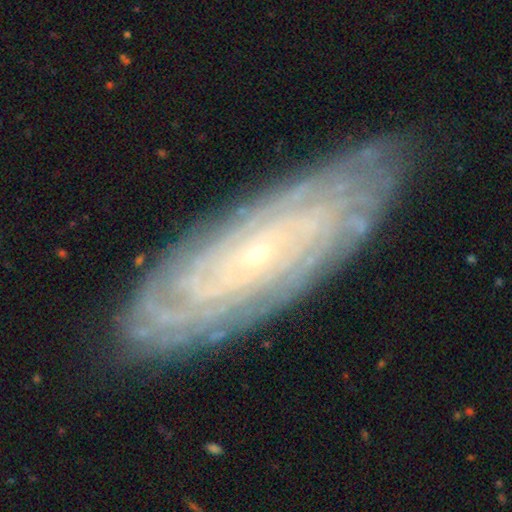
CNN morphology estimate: Smooth or featured?
  - featured or disk: 84% *
  - smooth: 9%
  - star or artifact: 7%
Edge-on disk?
  - no: 87% *
  - yes: 13%
Bar?
  - no: 75% *
  - weak: 18%
  - strong: 7%
Spiral arms?
  - yes: 95% *
  - no: 5%
Spiral winding?
  - tight: 84% *
  - medium: 13%
  - loose: 3%
Spiral arm count?
  - can't tell: 42% *
  - more than 4: 18%
  - 4: 14%
  - 2: 10%
  - 3: 10%
  - 1: 6%
Bulge size?
  - small: 86% *
  - moderate: 10%
  - none: 2%
  - large: 1%
  - dominant: 1%
Merging?
  - none: 84% *
  - minor disturbance: 13%
  - major disturbance: 3%
  - merger: 1%